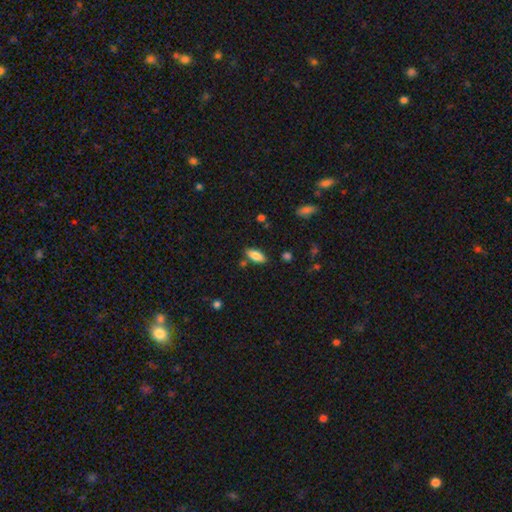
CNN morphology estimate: Smooth or featured?
  - smooth: 82% *
  - featured or disk: 11%
  - star or artifact: 7%
How rounded?
  - in between: 80% *
  - cigar-shaped: 18%
  - round: 2%
Merging?
  - none: 80% *
  - minor disturbance: 12%
  - merger: 5%
  - major disturbance: 3%